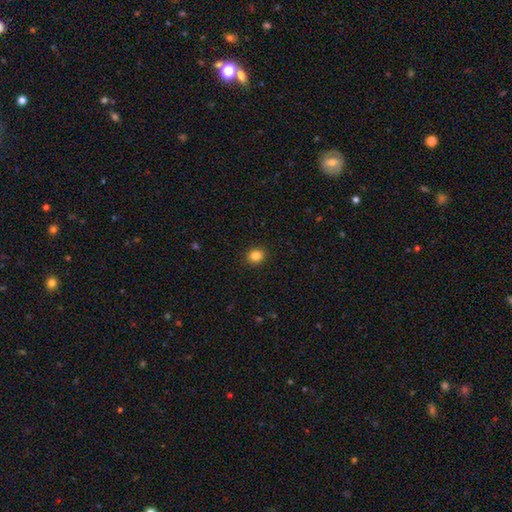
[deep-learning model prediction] A smooth galaxy with no disk features (84%) that is round (81%).

Vote fractions:
- Smooth or featured? smooth: 84% / star or artifact: 11% / featured or disk: 4%
- How rounded? round: 81% / in between: 18% / cigar-shaped: 1%
- Merging? none: 92% / minor disturbance: 6% / major disturbance: 2% / merger: 1%